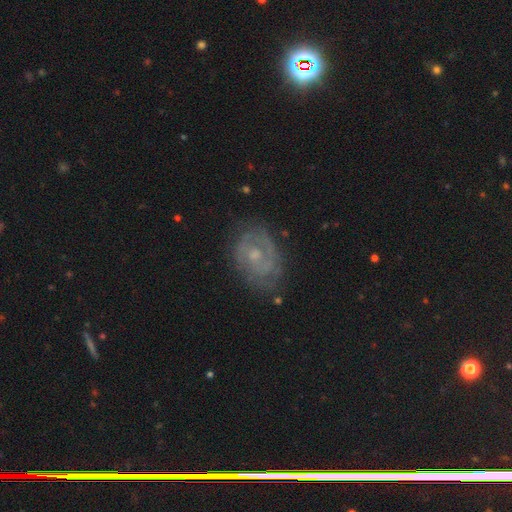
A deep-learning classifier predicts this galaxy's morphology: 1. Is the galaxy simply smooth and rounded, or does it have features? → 74% featured or disk, 14% smooth, 12% star or artifact.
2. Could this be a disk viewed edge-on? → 97% no, 3% yes.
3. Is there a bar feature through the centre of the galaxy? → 64% no, 30% weak, 5% strong.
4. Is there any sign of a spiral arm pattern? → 88% yes, 12% no.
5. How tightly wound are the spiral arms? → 59% tight, 31% medium, 9% loose.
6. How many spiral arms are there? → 49% 2, 31% can't tell, 8% 3, 6% 1, 4% 4, 3% more than 4.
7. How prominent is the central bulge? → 57% small, 36% moderate, 4% none, 2% large, 1% dominant.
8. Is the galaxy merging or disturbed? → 76% none, 16% minor disturbance, 6% major disturbance, 2% merger.